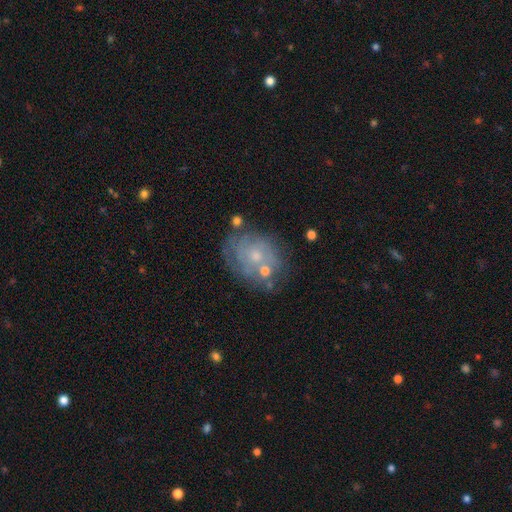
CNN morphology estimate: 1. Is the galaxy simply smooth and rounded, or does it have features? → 63% featured or disk, 26% smooth, 12% star or artifact.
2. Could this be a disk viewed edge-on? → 97% no, 3% yes.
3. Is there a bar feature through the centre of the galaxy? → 84% no, 14% weak, 2% strong.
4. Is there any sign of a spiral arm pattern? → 64% yes, 36% no.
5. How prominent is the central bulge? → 66% small, 28% moderate, 3% none, 1% large, 1% dominant.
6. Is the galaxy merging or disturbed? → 63% none, 20% minor disturbance, 9% merger, 8% major disturbance.